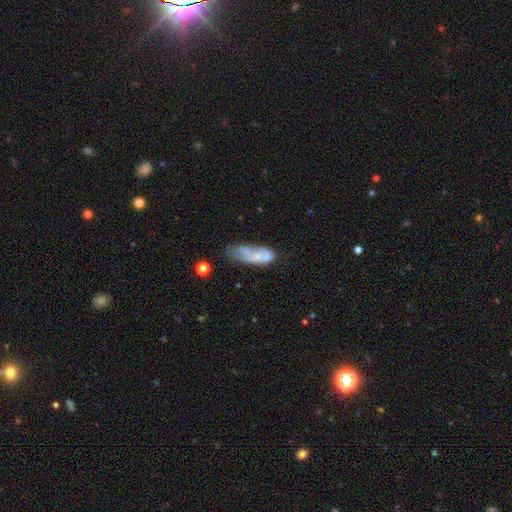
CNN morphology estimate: Q: Smooth or featured?
A: smooth (57%); runner-up: featured or disk (35%)
Q: How rounded?
A: in between (72%); runner-up: cigar-shaped (25%)
Q: Merging?
A: none (34%); runner-up: minor disturbance (28%)